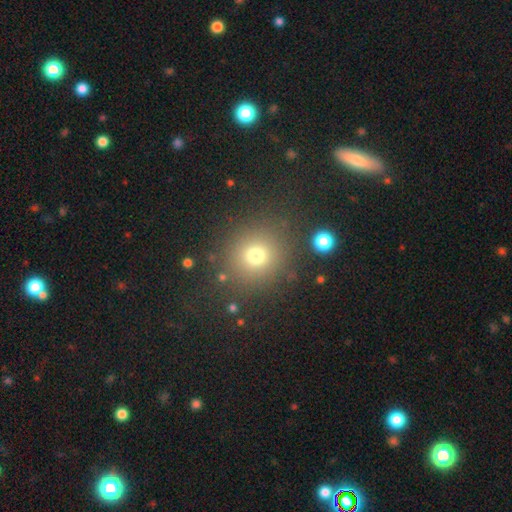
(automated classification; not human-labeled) Smooth or featured? Predicted: smooth (p=0.73). How rounded? Predicted: round (p=0.86). Merging? Predicted: none (p=0.83).